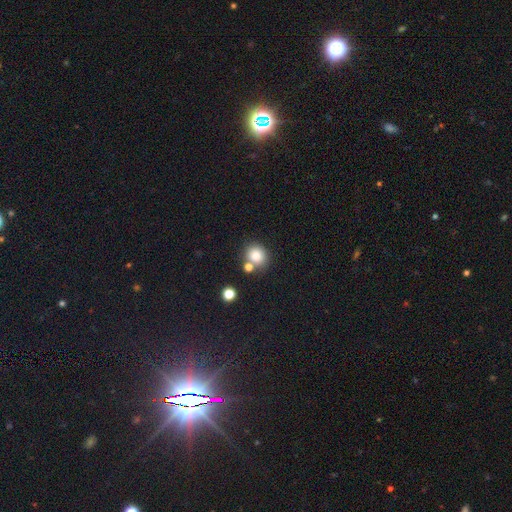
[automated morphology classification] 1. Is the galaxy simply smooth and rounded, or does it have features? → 81% smooth, 11% star or artifact, 8% featured or disk.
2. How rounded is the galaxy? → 83% round, 16% in between, 1% cigar-shaped.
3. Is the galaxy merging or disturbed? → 66% none, 21% merger, 9% minor disturbance, 3% major disturbance.